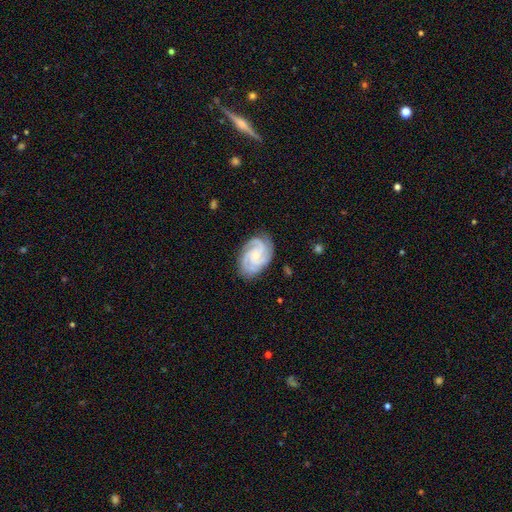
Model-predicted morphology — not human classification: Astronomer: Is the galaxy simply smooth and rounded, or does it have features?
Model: featured or disk — 91%.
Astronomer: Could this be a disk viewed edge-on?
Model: no — 98%.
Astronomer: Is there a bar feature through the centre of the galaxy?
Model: no — 65%.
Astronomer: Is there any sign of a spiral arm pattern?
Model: yes — 99%.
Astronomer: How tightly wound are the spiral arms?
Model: tight — 62%.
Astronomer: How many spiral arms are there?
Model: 3 — 59%.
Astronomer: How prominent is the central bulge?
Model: small — 68%.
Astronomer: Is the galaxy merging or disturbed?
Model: none — 81%.